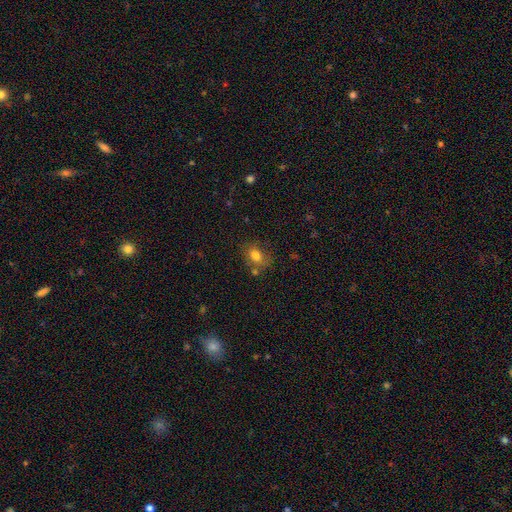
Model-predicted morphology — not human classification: This appears to be a smooth galaxy with no disk features (78%) that is in between round and cigar-shaped (64%). Merging: none (65%).